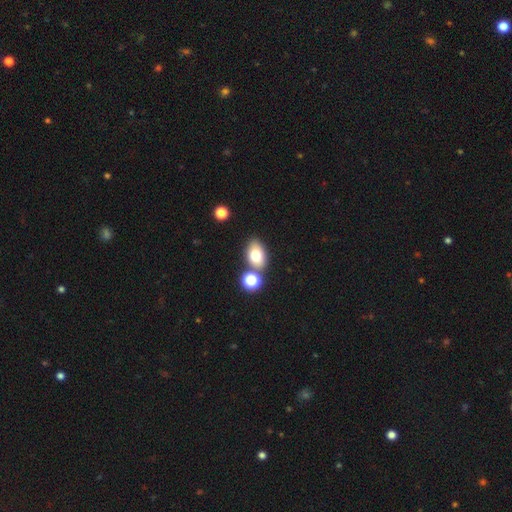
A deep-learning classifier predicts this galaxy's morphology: Smooth or featured: smooth — 79% (featured or disk — 11%)
How rounded: in between — 86% (round — 12%)
Merging: none — 66% (merger — 19%)